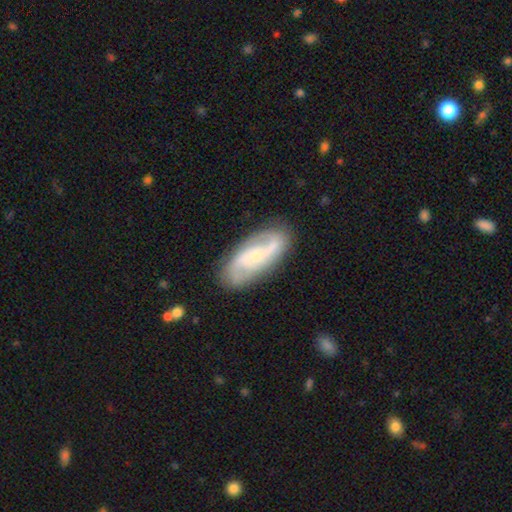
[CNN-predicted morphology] This is likely a featured or disk galaxy (76%). It is clearly not viewed edge-on (93%). Bar: possibly no (48%). Spiral arm pattern: clearly yes (93%). Spiral arm count: clearly 2 (81%). Spiral winding: marginally medium (42%). Central bulge: likely small (64%). Merging: likely none (80%).